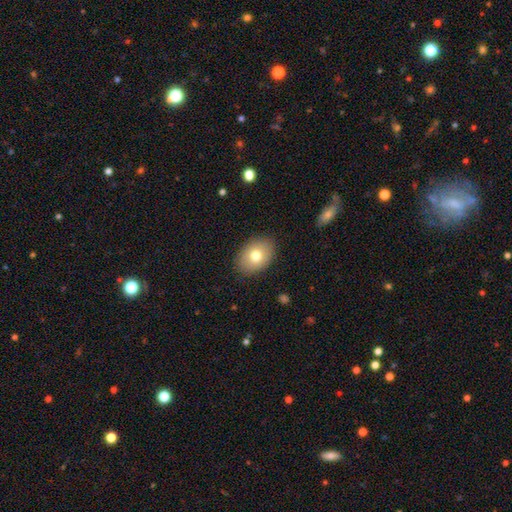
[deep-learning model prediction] Smooth or featured? smooth (75%)
How rounded? in between (79%)
Merging? none (87%)